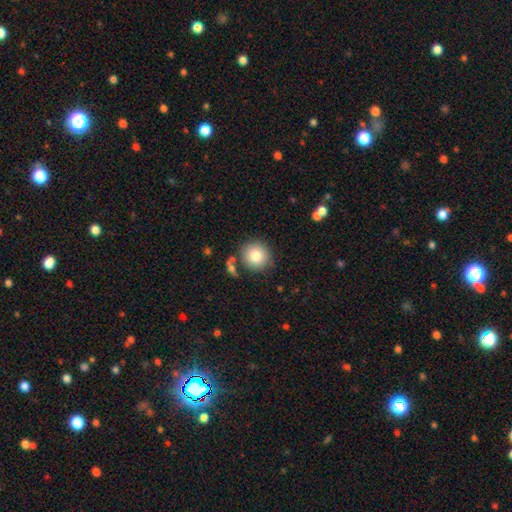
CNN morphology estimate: A smooth galaxy with no disk features (82%) that is round (92%).

Vote fractions:
- Smooth or featured? smooth: 82% / star or artifact: 9% / featured or disk: 9%
- How rounded? round: 92% / in between: 7% / cigar-shaped: 1%
- Merging? none: 81% / minor disturbance: 10% / merger: 6% / major disturbance: 3%